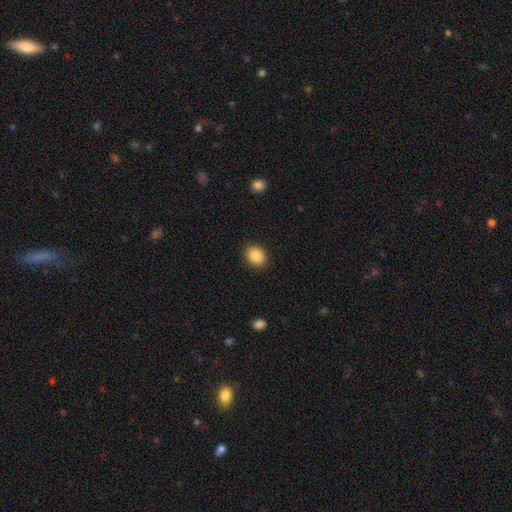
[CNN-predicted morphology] This is clearly a smooth galaxy (88%). How rounded: likely round (61%). Merging: clearly none (90%).